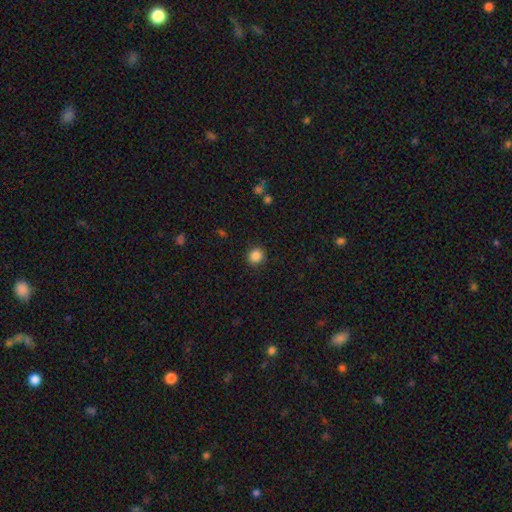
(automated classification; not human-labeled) Morphology: type=smooth (86%); roundness=round (90%); merging=none (91%).